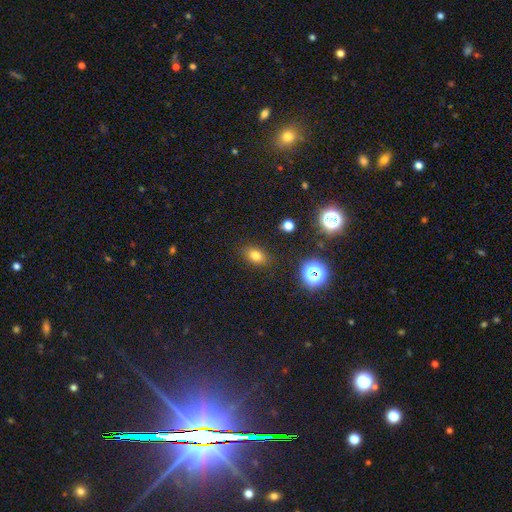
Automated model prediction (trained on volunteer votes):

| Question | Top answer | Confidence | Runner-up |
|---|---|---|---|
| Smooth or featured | smooth | 75% | star or artifact (17%) |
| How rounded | in between | 73% | round (26%) |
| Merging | none | 86% | minor disturbance (10%) |